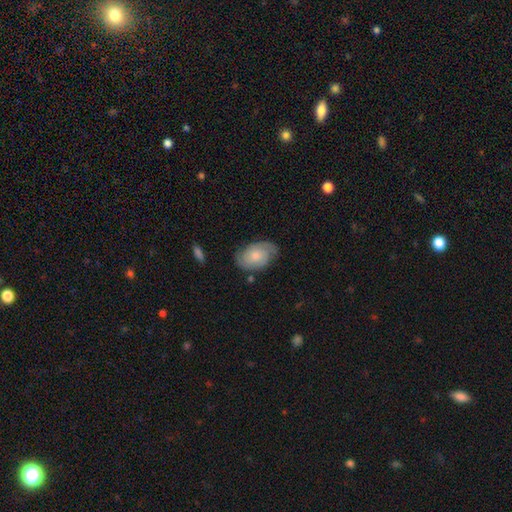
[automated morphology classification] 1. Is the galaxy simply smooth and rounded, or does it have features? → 56% featured or disk, 37% smooth, 6% star or artifact.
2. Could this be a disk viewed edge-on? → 96% no, 4% yes.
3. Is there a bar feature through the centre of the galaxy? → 75% no, 22% weak, 3% strong.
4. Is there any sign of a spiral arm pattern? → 89% yes, 11% no.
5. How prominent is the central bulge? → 44% moderate, 37% small, 9% large, 8% none, 2% dominant.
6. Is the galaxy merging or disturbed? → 71% none, 21% minor disturbance, 6% major disturbance, 2% merger.